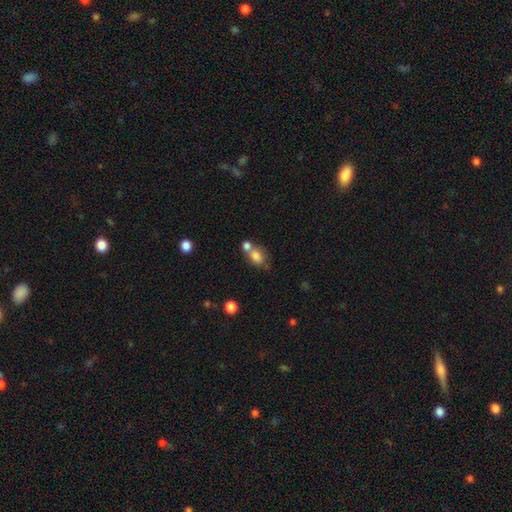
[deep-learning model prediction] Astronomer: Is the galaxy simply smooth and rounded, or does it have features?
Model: smooth — 78%.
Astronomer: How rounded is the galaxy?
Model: in between — 66%.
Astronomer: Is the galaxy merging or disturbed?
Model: merger — 50% (runner-up: none, 34%).